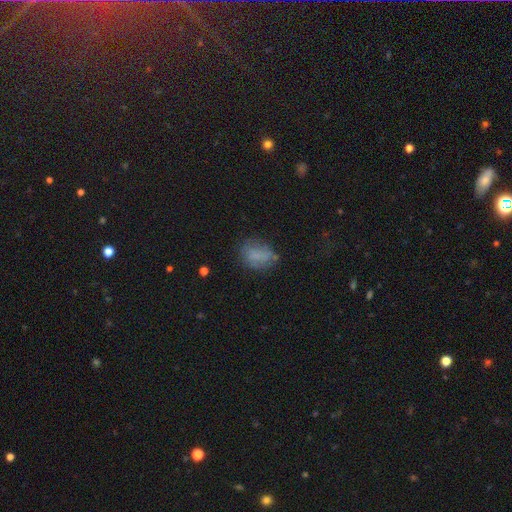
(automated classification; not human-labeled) The model was most divided on "merging": none: 58%, minor disturbance: 25%, major disturbance: 13%, merger: 4%. More confident: how rounded — in between (71%); smooth or featured — smooth (69%).